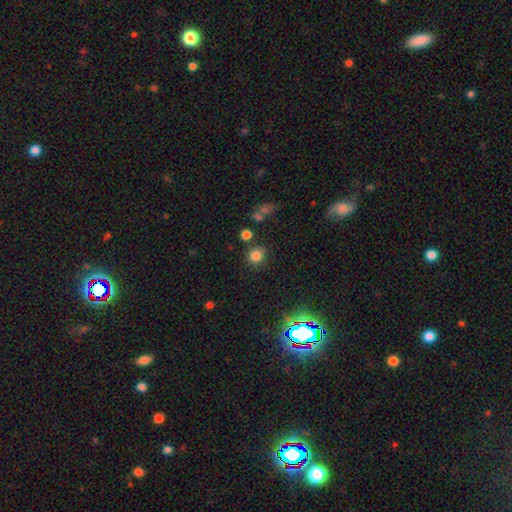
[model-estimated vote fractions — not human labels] A smooth galaxy with no disk features (79%) that is round (81%).

Vote fractions:
- Smooth or featured? smooth: 79% / star or artifact: 15% / featured or disk: 6%
- How rounded? round: 81% / in between: 18% / cigar-shaped: 1%
- Merging? none: 80% / minor disturbance: 11% / merger: 5% / major disturbance: 4%